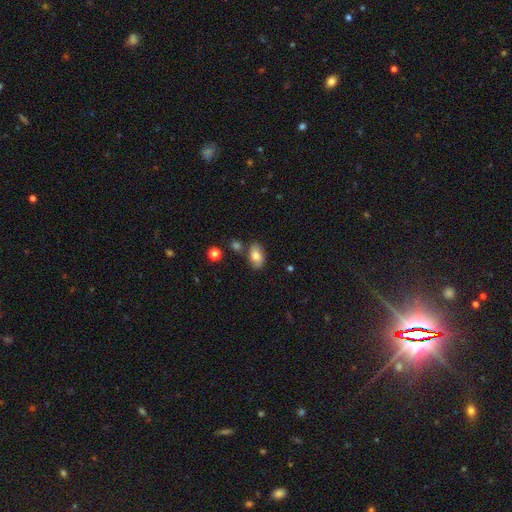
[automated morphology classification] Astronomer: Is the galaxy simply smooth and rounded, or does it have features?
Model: smooth — 78%.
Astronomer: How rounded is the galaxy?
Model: in between — 88%.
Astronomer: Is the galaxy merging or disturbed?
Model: none — 71%.